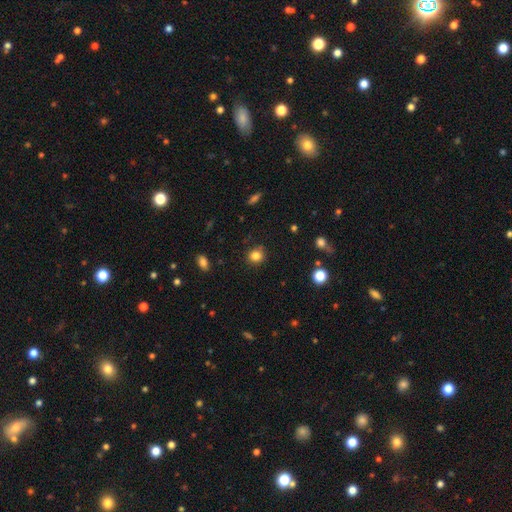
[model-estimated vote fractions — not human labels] Q: Smooth or featured?
A: smooth (84%); runner-up: star or artifact (11%)
Q: How rounded?
A: round (81%); runner-up: in between (18%)
Q: Merging?
A: none (86%); runner-up: minor disturbance (10%)